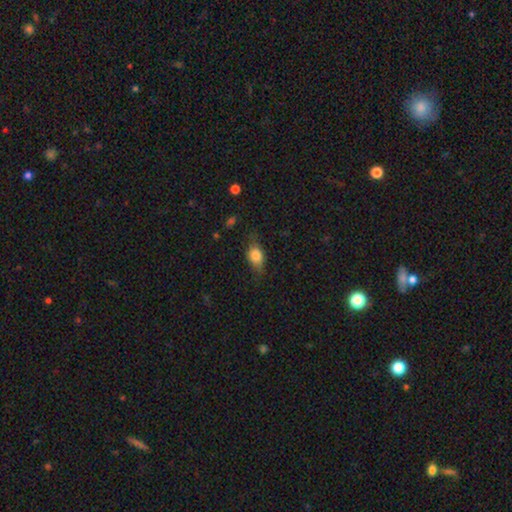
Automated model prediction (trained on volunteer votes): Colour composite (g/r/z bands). It shows a smooth galaxy with no disk features (76%) that is in between round and cigar-shaped (75%). Merging: none (67%).